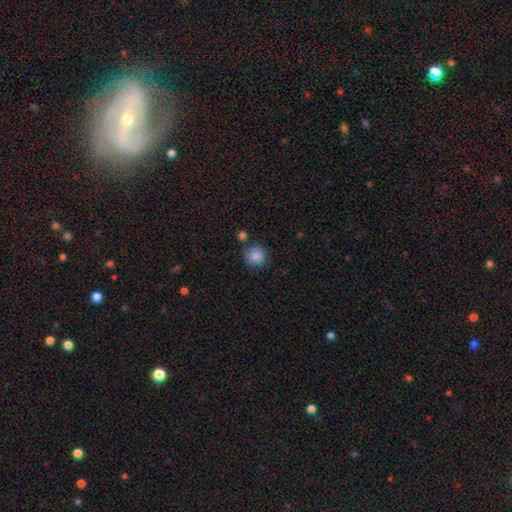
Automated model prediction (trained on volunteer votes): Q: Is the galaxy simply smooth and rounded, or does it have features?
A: smooth — 86%.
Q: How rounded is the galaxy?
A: round — 93%.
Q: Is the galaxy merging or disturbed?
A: none — 79%.